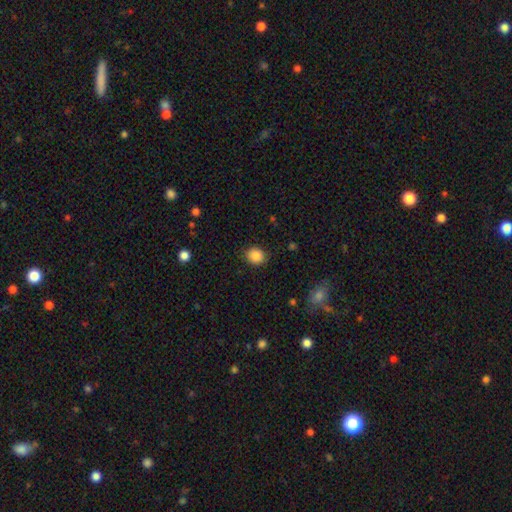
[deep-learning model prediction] Smooth or featured? smooth (87%)
How rounded? round (76%)
Merging? none (87%)